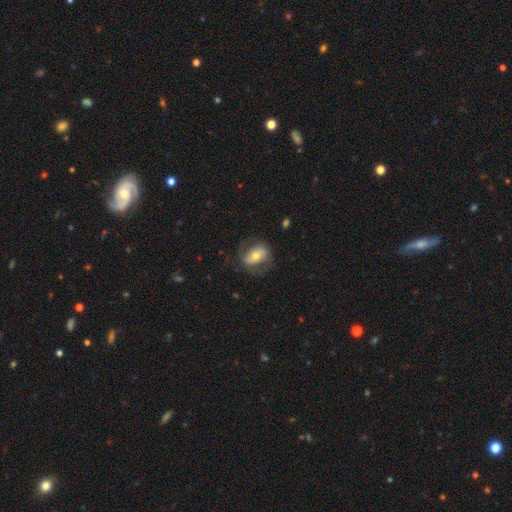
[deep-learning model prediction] Morphology: type=featured or disk (49%); merging=none (66%).